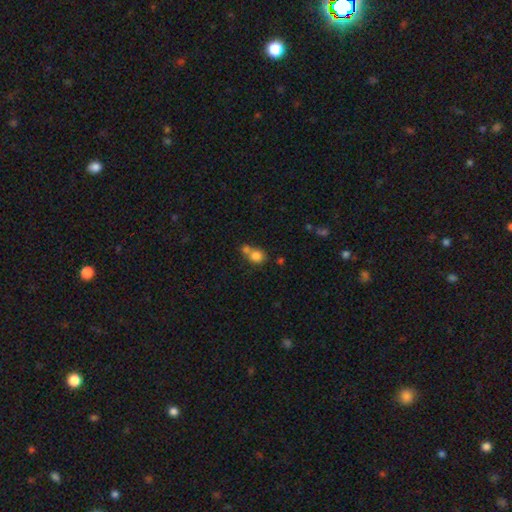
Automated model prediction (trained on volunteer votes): Smooth or featured?
  - smooth: 79% *
  - star or artifact: 11%
  - featured or disk: 10%
How rounded?
  - round: 78% *
  - in between: 21%
  - cigar-shaped: 1%
Merging?
  - merger: 50% *
  - none: 39%
  - minor disturbance: 8%
  - major disturbance: 4%